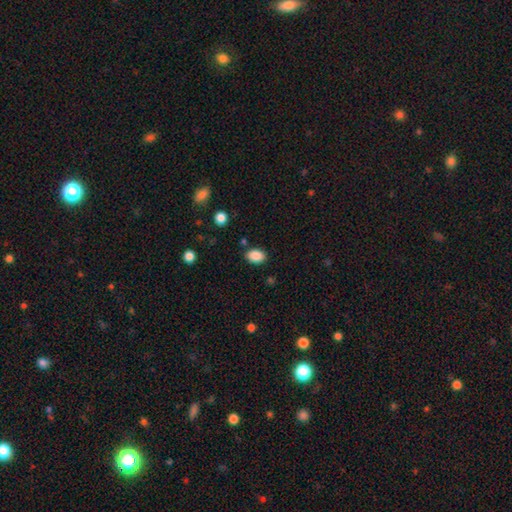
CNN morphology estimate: Overall: smooth (88%). How rounded: in between (84%). Merging: none (85%).